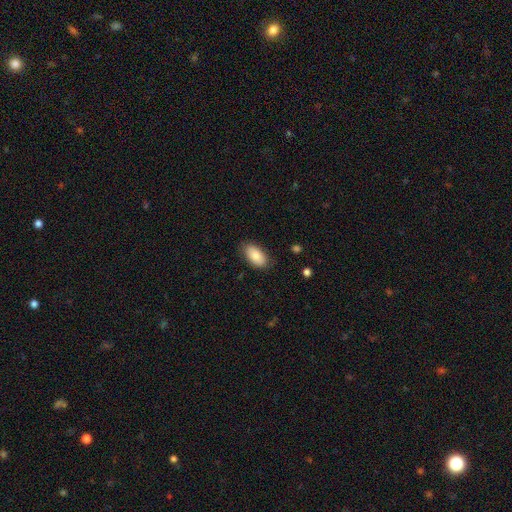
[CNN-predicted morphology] Smooth or featured: smooth — 84% (featured or disk — 10%)
How rounded: in between — 94% (round — 3%)
Merging: none — 82% (minor disturbance — 14%)